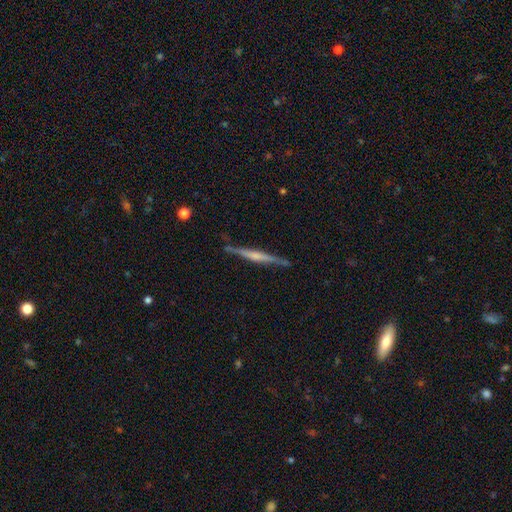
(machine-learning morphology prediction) Smooth or featured?
  - featured or disk: 74% *
  - smooth: 20%
  - star or artifact: 5%
Edge-on disk?
  - yes: 98% *
  - no: 2%
Edge-on bulge?
  - rounded: 54% *
  - none: 25%
  - boxy: 21%
Merging?
  - none: 85% *
  - minor disturbance: 11%
  - major disturbance: 2%
  - merger: 2%